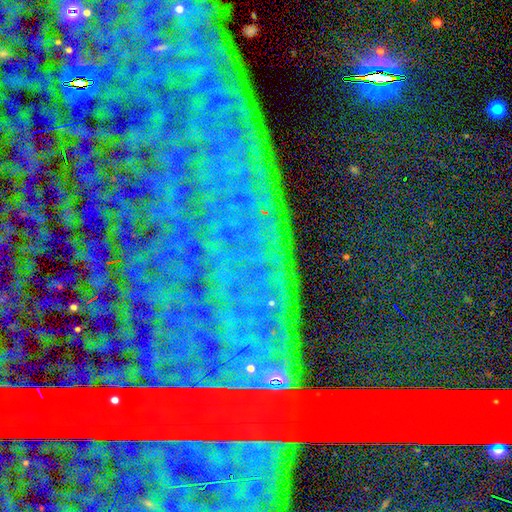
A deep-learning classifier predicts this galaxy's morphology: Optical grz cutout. It shows a star or artifact, not a galaxy (86%).